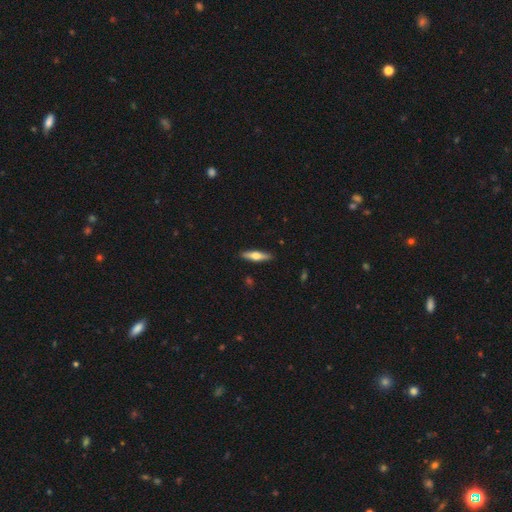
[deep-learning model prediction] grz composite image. It shows a smooth galaxy with no disk features (50%). Merging: none (89%).